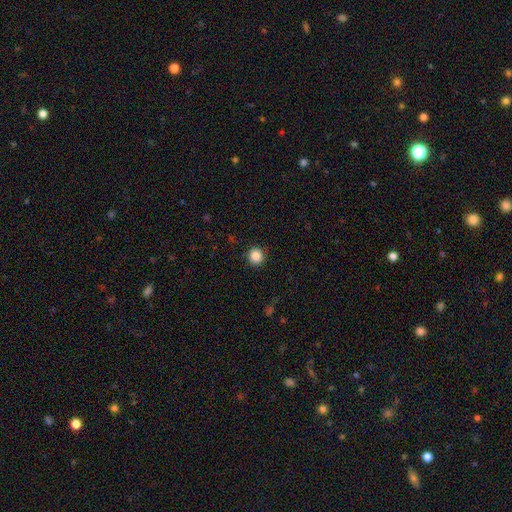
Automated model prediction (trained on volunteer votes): Overall: smooth (86%). How rounded: round (93%). Merging: none (91%).